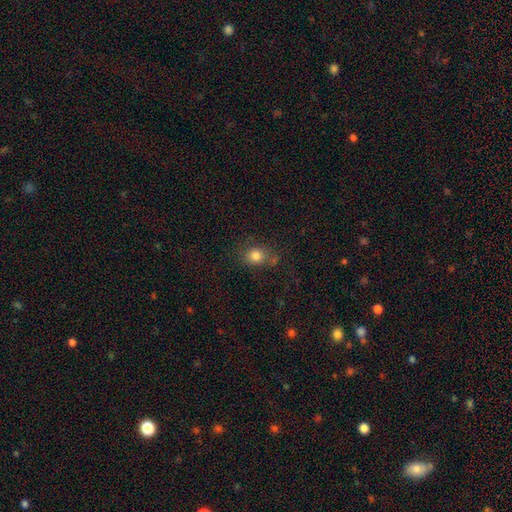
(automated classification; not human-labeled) The model was most divided on "how rounded": round: 65%, in between: 33%, cigar-shaped: 1%. More confident: smooth or featured — smooth (80%); merging — none (65%).